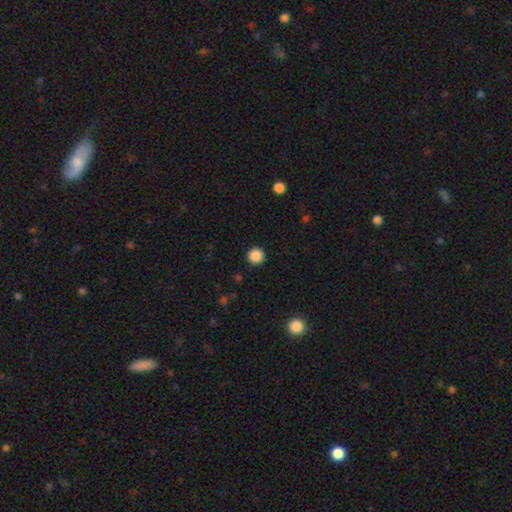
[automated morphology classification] Overall: smooth (87%). How rounded: round (96%). Merging: none (93%).